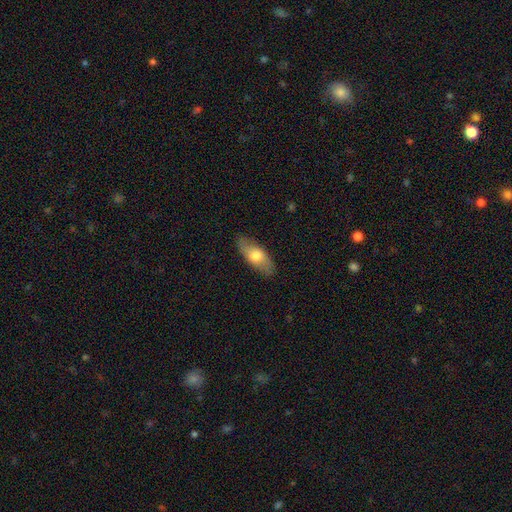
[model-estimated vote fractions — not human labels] Q: Smooth or featured?
A: smooth (64%); runner-up: featured or disk (30%)
Q: How rounded?
A: in between (77%); runner-up: cigar-shaped (19%)
Q: Merging?
A: none (85%); runner-up: minor disturbance (12%)